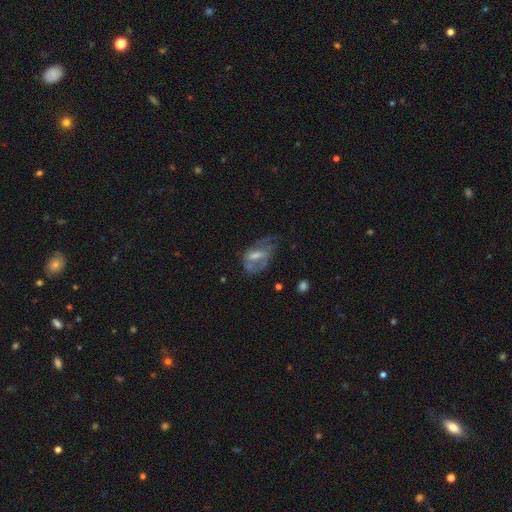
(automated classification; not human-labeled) This is possibly a featured or disk galaxy (57%). It is clearly not viewed edge-on (94%). Bar: marginally weak (43%). Spiral arm pattern: possibly yes (51%). Central bulge: marginally moderate (45%). Merging: marginally major disturbance (37%).